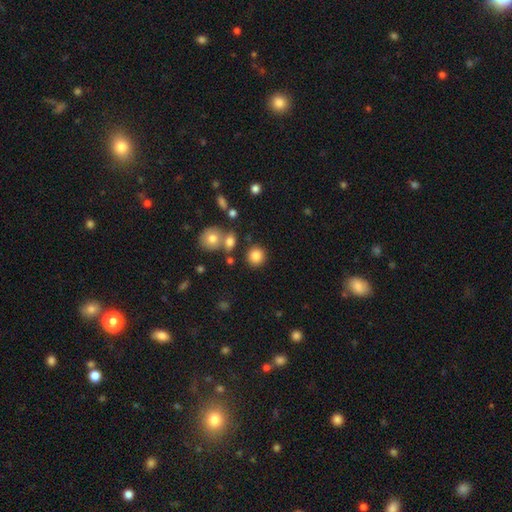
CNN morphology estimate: smooth_or_featured: smooth (p=0.83) [alt: star or artifact p=0.11]
how_rounded: round (p=0.88) [alt: in between p=0.11]
merging: none (p=0.81) [alt: merger p=0.08]